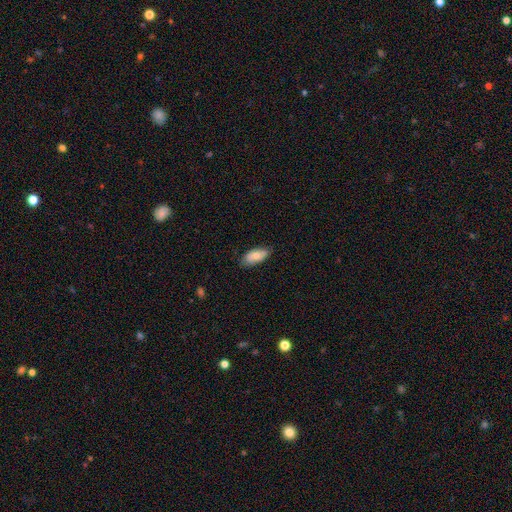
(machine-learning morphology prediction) Smooth or featured? Predicted: smooth (p=0.75). How rounded? Predicted: in between (p=0.91). Merging? Predicted: none (p=0.80).